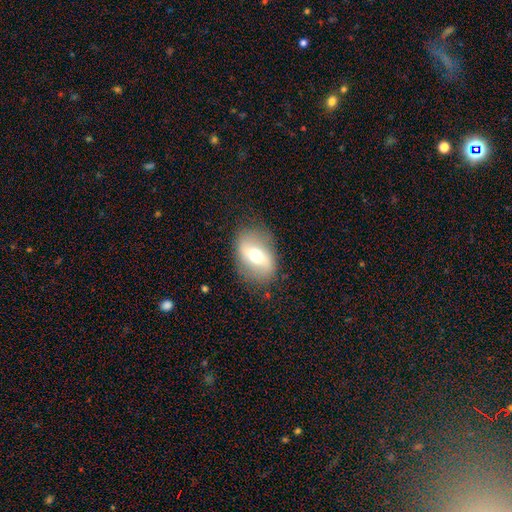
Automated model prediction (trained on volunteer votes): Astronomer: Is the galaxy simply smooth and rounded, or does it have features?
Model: featured or disk — 49% (runner-up: smooth, 43%).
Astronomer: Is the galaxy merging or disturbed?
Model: none — 80%.